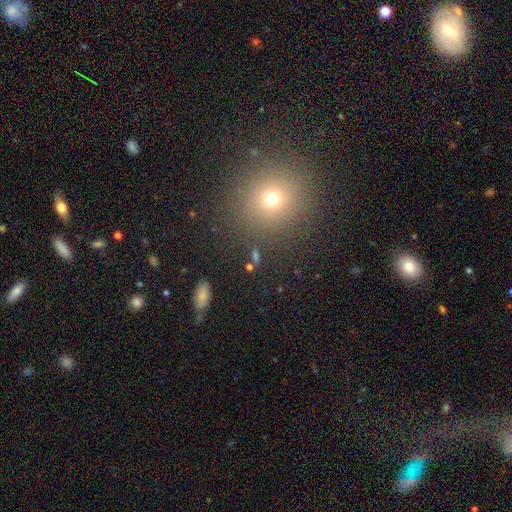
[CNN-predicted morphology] Overall: smooth (52%; star or artifact 37%). How rounded: round (78%). Merging: none (85%).